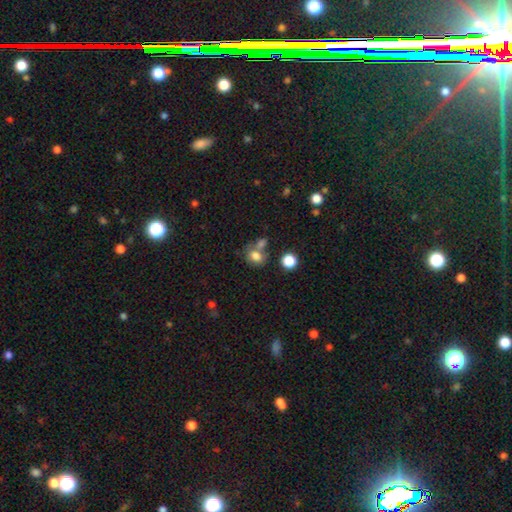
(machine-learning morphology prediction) Overall: smooth (76%). How rounded: in between (53%; round 46%). Merging: none (42%; merger 37%).